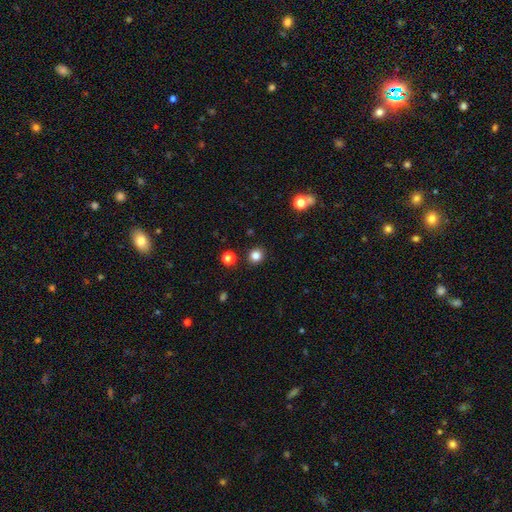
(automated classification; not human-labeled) Q: Smooth or featured?
A: smooth (82%); runner-up: star or artifact (13%)
Q: How rounded?
A: round (87%); runner-up: in between (12%)
Q: Merging?
A: none (90%); runner-up: minor disturbance (6%)